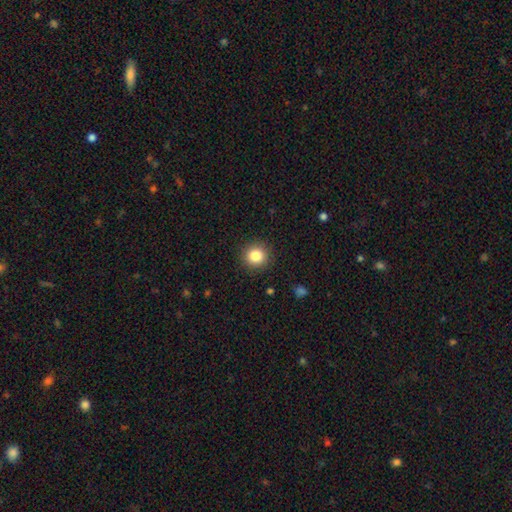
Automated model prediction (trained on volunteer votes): smooth 85%, star or artifact 10%, featured or disk 5%. Down the decision tree: how rounded — round (93%); merging — none (91%).